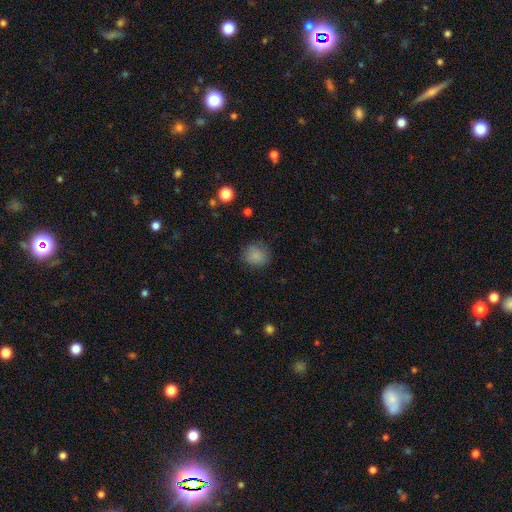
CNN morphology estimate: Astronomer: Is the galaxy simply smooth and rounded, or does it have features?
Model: smooth — 84%.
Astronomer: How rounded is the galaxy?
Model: round — 84%.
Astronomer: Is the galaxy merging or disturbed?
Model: none — 83%.